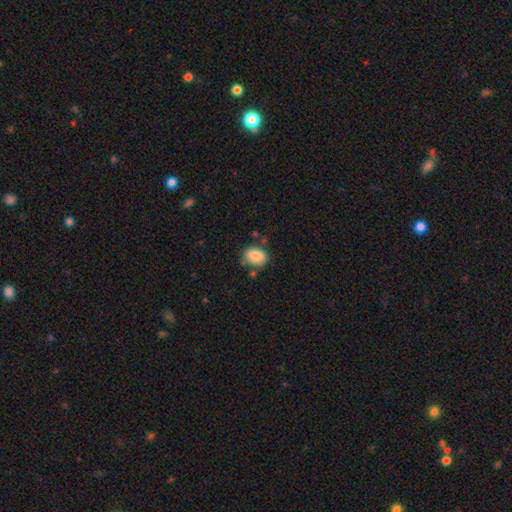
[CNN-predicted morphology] This appears to be a smooth galaxy with no disk features (86%) that is in between round and cigar-shaped (76%). Merging: none (69%).